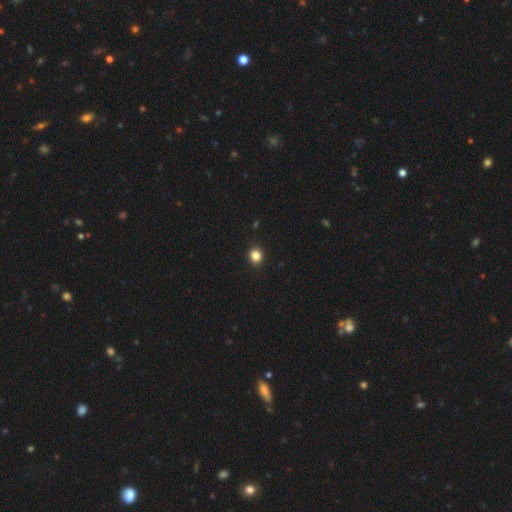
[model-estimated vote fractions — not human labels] A smooth galaxy with no disk features (84%) that is round (85%). Merging: none (92%).